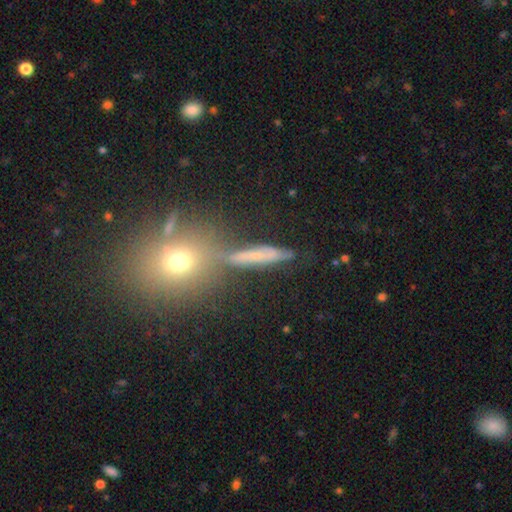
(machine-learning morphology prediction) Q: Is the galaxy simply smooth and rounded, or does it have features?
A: smooth — 41%.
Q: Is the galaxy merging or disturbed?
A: none — 69%.